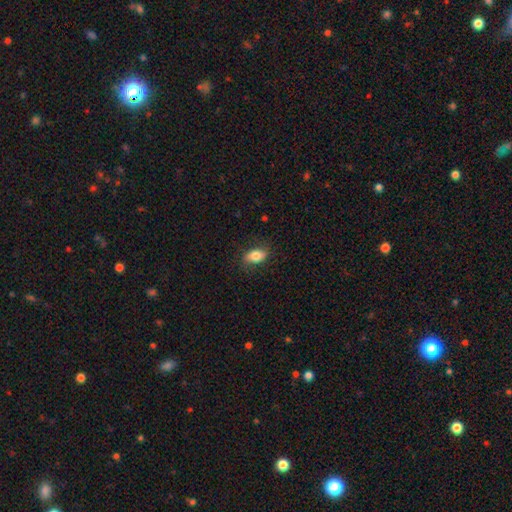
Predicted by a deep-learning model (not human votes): Q: Smooth or featured?
A: smooth (78%); runner-up: featured or disk (14%)
Q: How rounded?
A: in between (88%); runner-up: round (8%)
Q: Merging?
A: none (79%); runner-up: minor disturbance (16%)